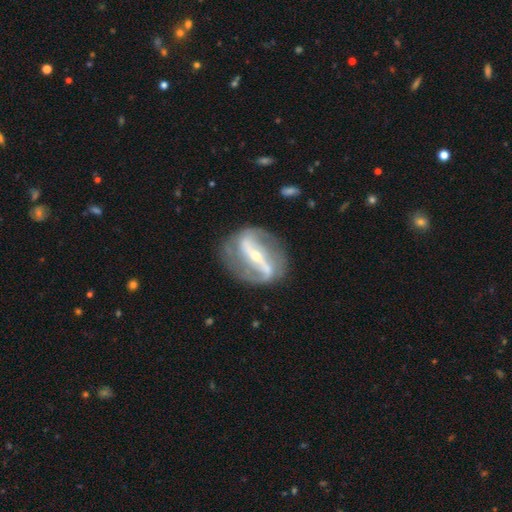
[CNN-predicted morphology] featured or disk 87%, smooth 7%, star or artifact 5%. Down the decision tree: edge-on disk — no (91%); bar — strong (77%); spiral arms — yes (85%); spiral arm count — 2 (85%); spiral winding — loose (40%); bulge size — small (66%); merging — none (74%).